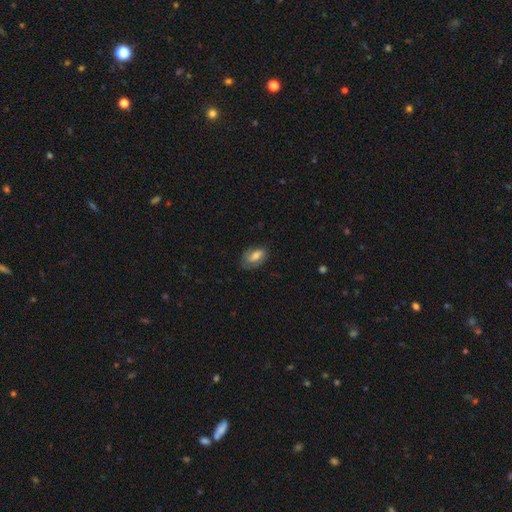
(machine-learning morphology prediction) Smooth or featured? smooth (61%)
How rounded? in between (88%)
Merging? none (66%)